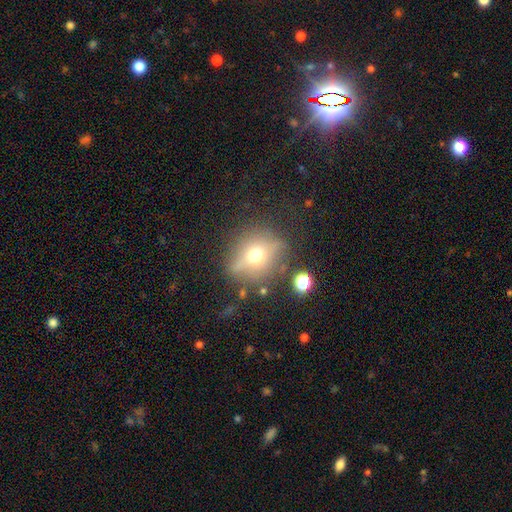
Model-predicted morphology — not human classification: Smooth or featured? smooth (48%)
Merging? none (73%)